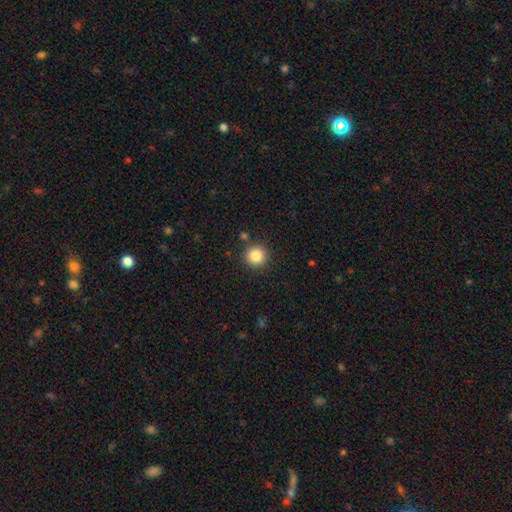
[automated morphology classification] Smooth or featured?
  - smooth: 84% *
  - star or artifact: 11%
  - featured or disk: 5%
How rounded?
  - round: 94% *
  - in between: 5%
  - cigar-shaped: 1%
Merging?
  - none: 88% *
  - minor disturbance: 6%
  - merger: 3%
  - major disturbance: 2%